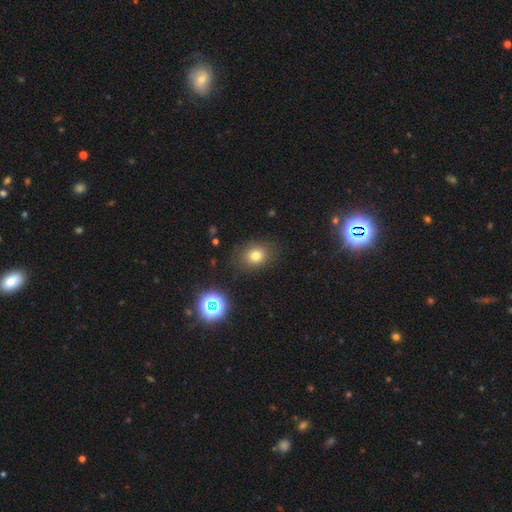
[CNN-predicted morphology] Smooth or featured: smooth — 75% (star or artifact — 16%)
How rounded: round — 53% (in between — 46%)
Merging: none — 82% (minor disturbance — 12%)